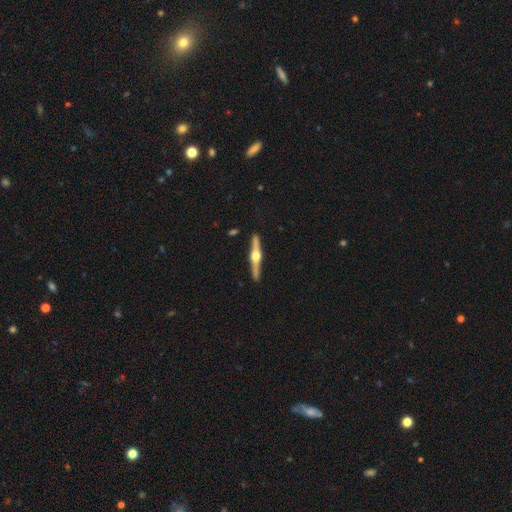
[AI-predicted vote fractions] Smooth or featured?
  - featured or disk: 82% *
  - smooth: 14%
  - star or artifact: 5%
Edge-on disk?
  - yes: 98% *
  - no: 2%
Edge-on bulge?
  - rounded: 96% *
  - boxy: 2%
  - none: 1%
Merging?
  - none: 91% *
  - minor disturbance: 6%
  - major disturbance: 1%
  - merger: 1%